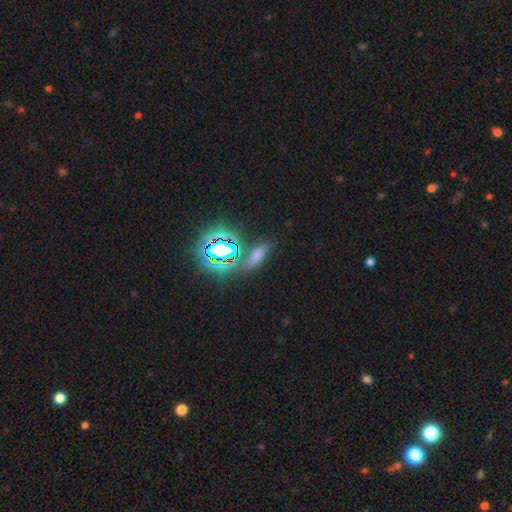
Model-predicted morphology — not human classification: Smooth or featured?
  - smooth: 54% *
  - star or artifact: 35%
  - featured or disk: 11%
How rounded?
  - in between: 68% *
  - cigar-shaped: 24%
  - round: 9%
Merging?
  - none: 71% *
  - minor disturbance: 15%
  - merger: 8%
  - major disturbance: 6%